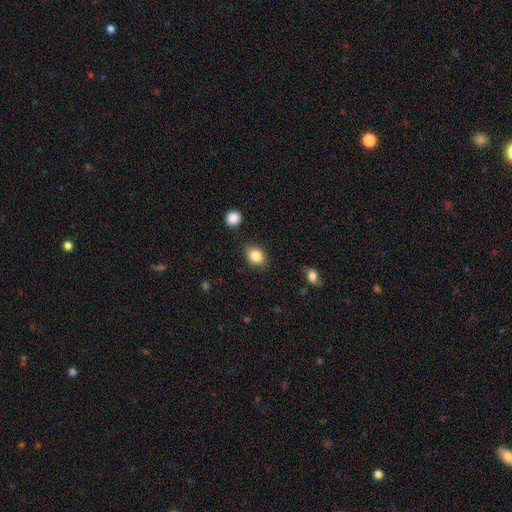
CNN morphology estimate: type=smooth (85%); roundness=in between (60%); merging=none (81%).